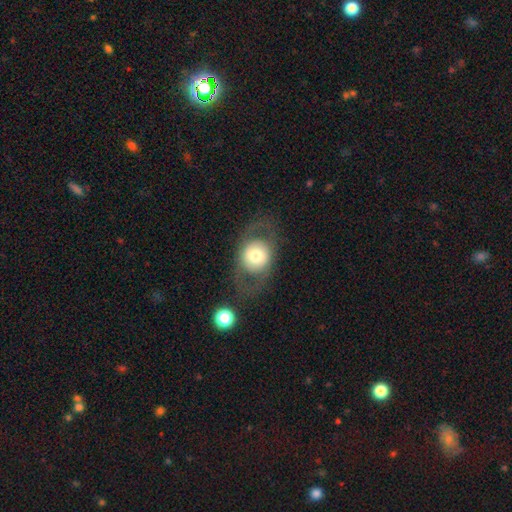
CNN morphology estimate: smooth_or_featured: smooth (p=0.56) [alt: featured or disk p=0.36]
how_rounded: round (p=0.56) [alt: in between p=0.43]
merging: none (p=0.72) [alt: major disturbance p=0.13]